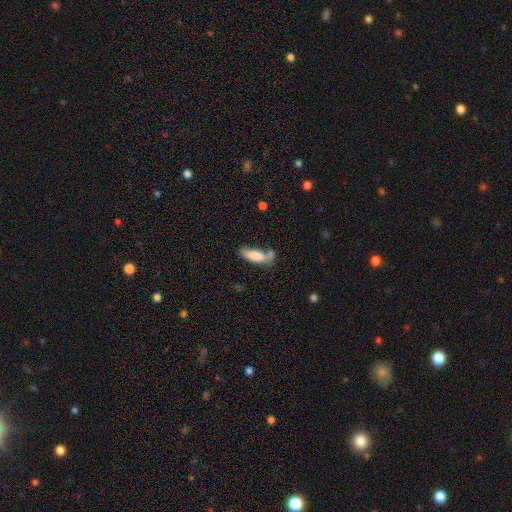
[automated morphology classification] Overall: smooth (79%). How rounded: in between (65%; cigar-shaped 33%). Merging: none (43%; merger 28%).